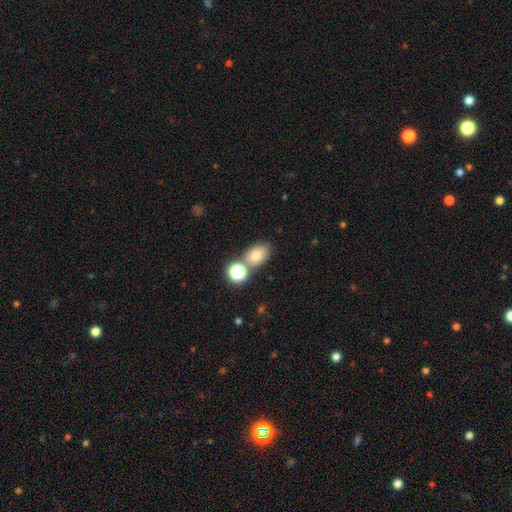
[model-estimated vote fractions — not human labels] This appears to be a smooth galaxy with no disk features (78%) that is in between round and cigar-shaped (76%). Merging: none (62%).